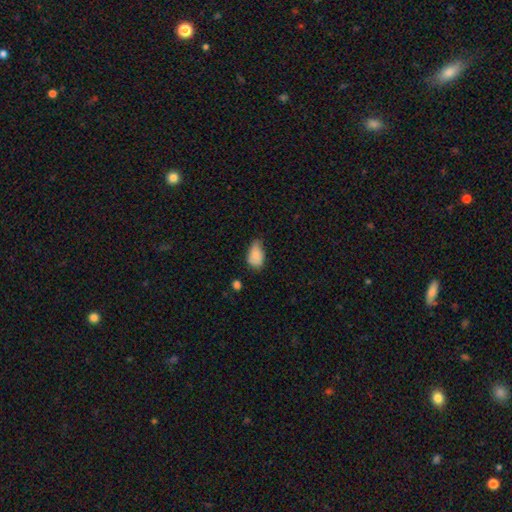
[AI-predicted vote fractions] Smooth or featured? smooth (80%)
How rounded? in between (89%)
Merging? minor disturbance (46%)